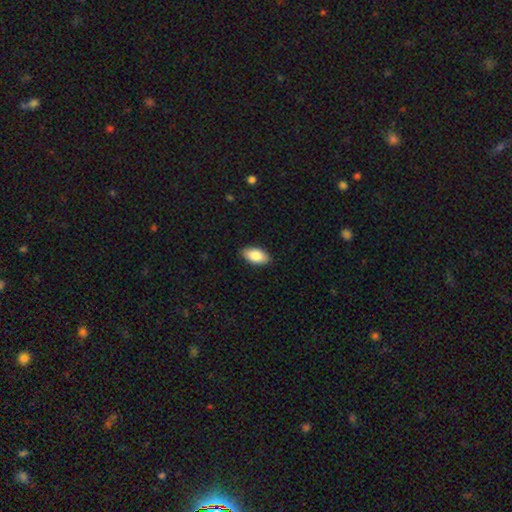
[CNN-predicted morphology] A smooth galaxy with no disk features (85%) that is in between round and cigar-shaped (94%).

Vote fractions:
- Smooth or featured? smooth: 85% / featured or disk: 9% / star or artifact: 6%
- How rounded? in between: 94% / cigar-shaped: 3% / round: 3%
- Merging? none: 89% / minor disturbance: 8% / major disturbance: 2% / merger: 1%